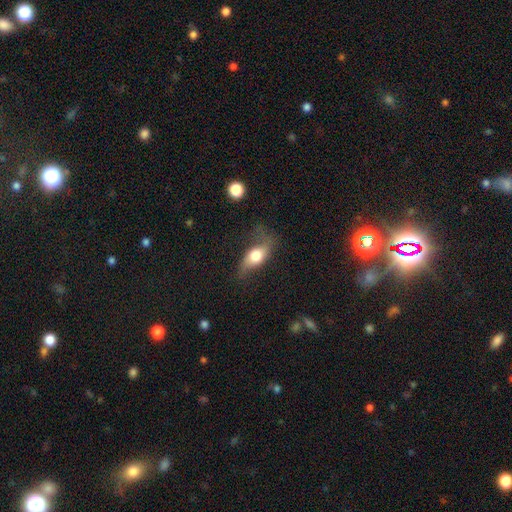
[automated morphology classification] Q: Smooth or featured?
A: smooth (54%); runner-up: featured or disk (39%)
Q: How rounded?
A: in between (77%); runner-up: cigar-shaped (12%)
Q: Merging?
A: none (49%); runner-up: minor disturbance (29%)